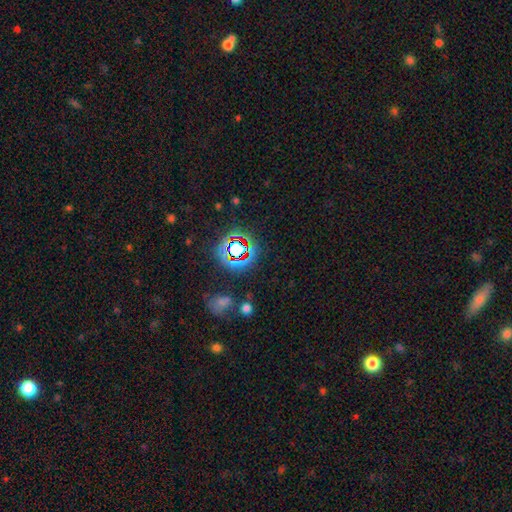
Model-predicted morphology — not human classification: Q: Smooth or featured?
A: star or artifact (48%); runner-up: smooth (31%)